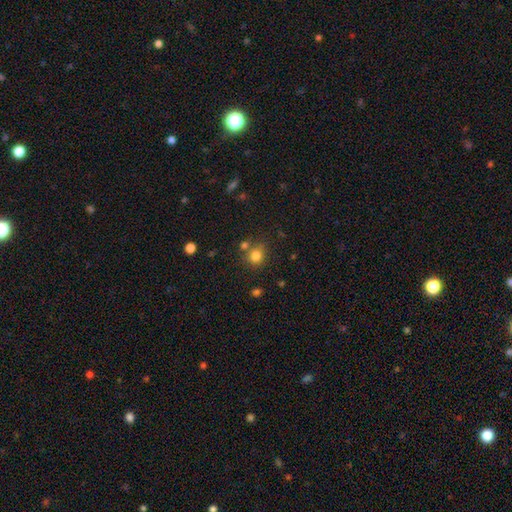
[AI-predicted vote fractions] The model was most divided on "merging": none: 69%, merger: 16%, minor disturbance: 11%, major disturbance: 4%. More confident: how rounded — round (81%); smooth or featured — smooth (80%).